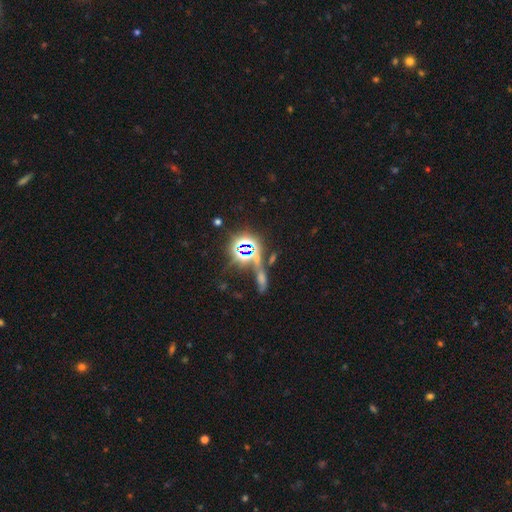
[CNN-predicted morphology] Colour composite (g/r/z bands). It shows a star or artifact, not a galaxy (70%).